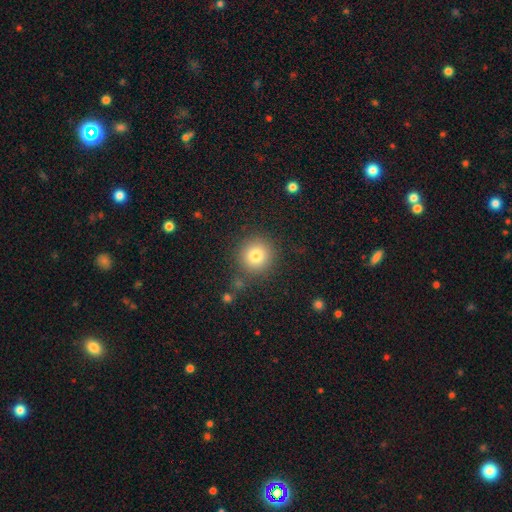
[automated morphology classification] This is likely a smooth galaxy (79%). How rounded: clearly round (94%). Merging: clearly none (85%).